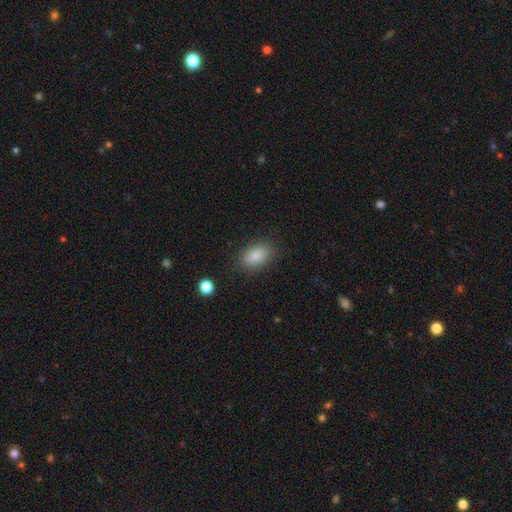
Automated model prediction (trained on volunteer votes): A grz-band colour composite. It shows a smooth galaxy with no disk features (84%) that is in between round and cigar-shaped (89%). Merging: none (83%).